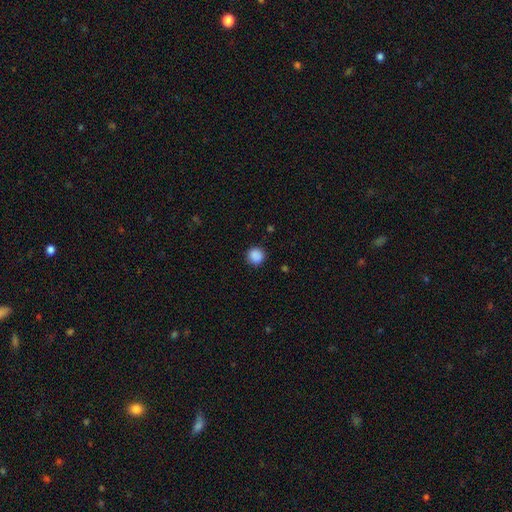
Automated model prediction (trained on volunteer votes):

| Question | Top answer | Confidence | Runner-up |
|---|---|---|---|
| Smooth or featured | smooth | 88% | star or artifact (9%) |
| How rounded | round | 93% | in between (6%) |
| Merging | none | 89% | minor disturbance (7%) |